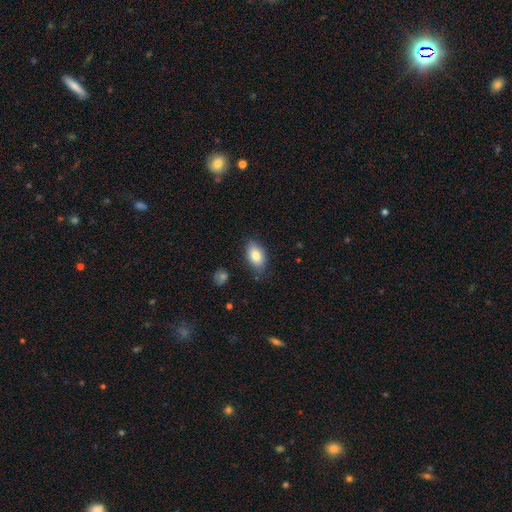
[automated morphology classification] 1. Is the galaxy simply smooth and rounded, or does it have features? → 81% smooth, 12% featured or disk, 7% star or artifact.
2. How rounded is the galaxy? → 91% in between, 6% round, 2% cigar-shaped.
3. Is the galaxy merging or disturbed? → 80% none, 15% minor disturbance, 3% major disturbance, 2% merger.